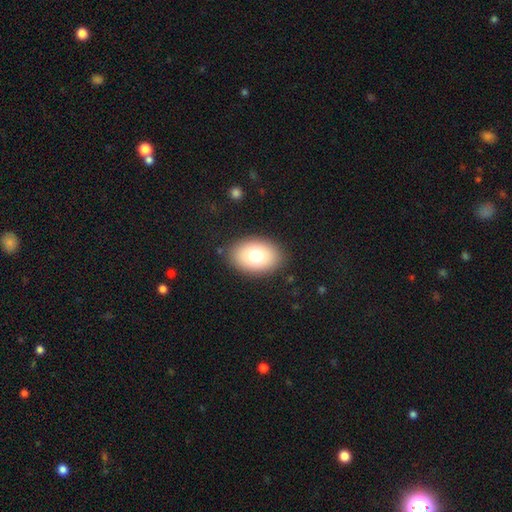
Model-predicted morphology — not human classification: The model was most divided on "smooth or featured": smooth: 76%, featured or disk: 15%, star or artifact: 9%. More confident: merging — none (86%); how rounded — in between (81%).